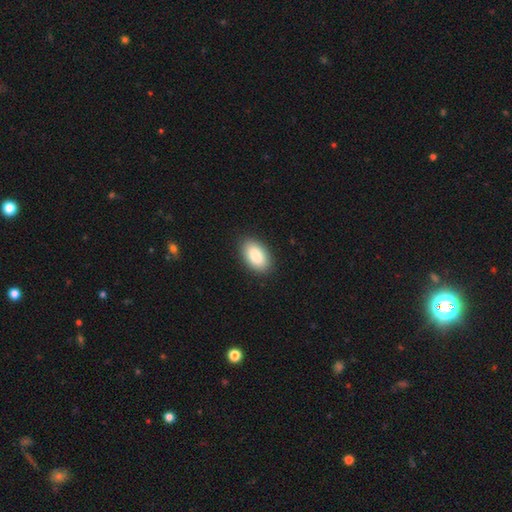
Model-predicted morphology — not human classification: The model was most divided on "merging": none: 89%, minor disturbance: 8%, major disturbance: 2%, merger: 1%. More confident: how rounded — in between (94%); smooth or featured — smooth (88%).